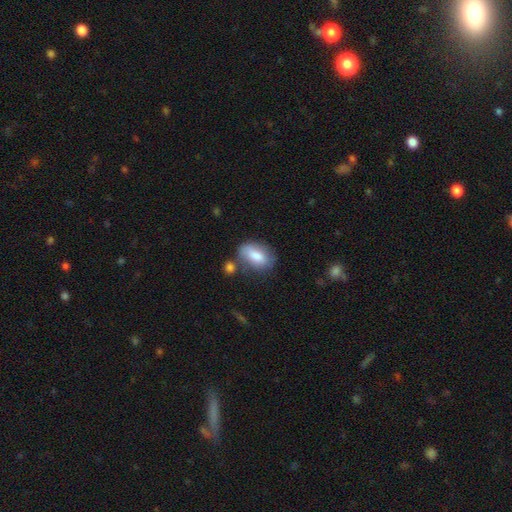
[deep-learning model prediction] smooth_or_featured: smooth (p=0.77) [alt: featured or disk p=0.16]
how_rounded: in between (p=0.88) [alt: round p=0.09]
merging: none (p=0.60) [alt: minor disturbance p=0.21]